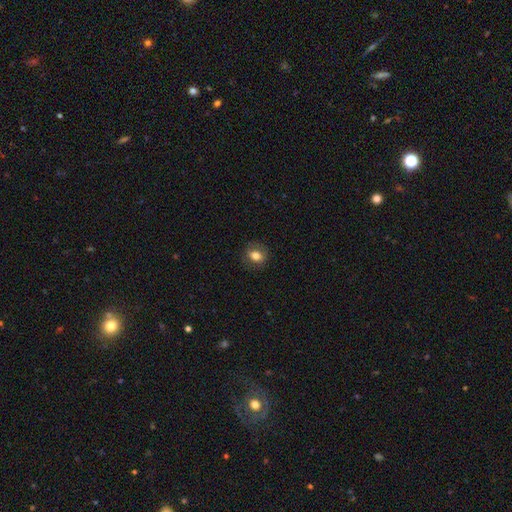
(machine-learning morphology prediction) The model was most divided on "how rounded": round: 51%, in between: 47%, cigar-shaped: 1%. More confident: merging — none (84%); smooth or featured — smooth (77%).